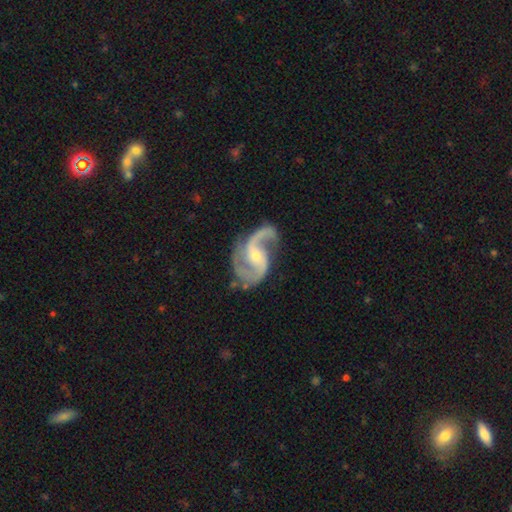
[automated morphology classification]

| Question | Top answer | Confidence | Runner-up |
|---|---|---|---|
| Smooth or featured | featured or disk | 93% | star or artifact (4%) |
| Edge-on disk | no | 98% | yes (2%) |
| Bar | no | 43% | weak (38%) |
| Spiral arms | yes | 98% | no (2%) |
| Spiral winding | medium | 51% | loose (38%) |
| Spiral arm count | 2 | 90% | 3 (4%) |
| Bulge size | small | 61% | moderate (35%) |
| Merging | none | 70% | minor disturbance (18%) |